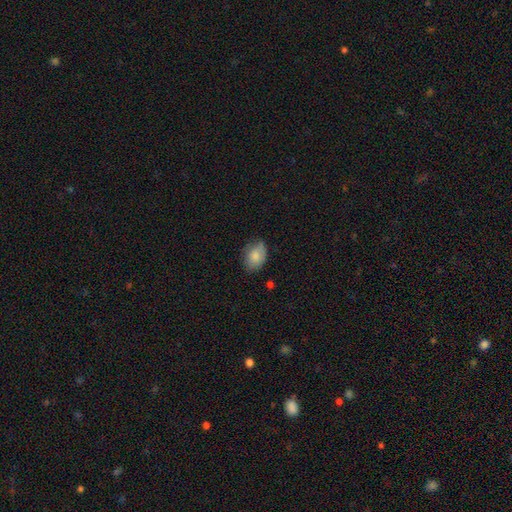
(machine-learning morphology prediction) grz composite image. It shows a smooth galaxy with no disk features (81%) that is in between round and cigar-shaped (81%). Merging: none (65%).